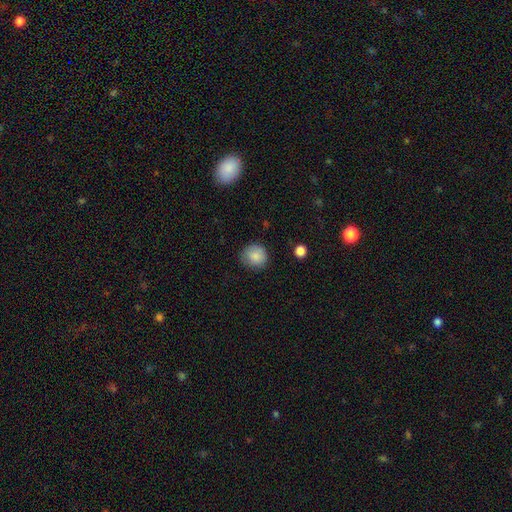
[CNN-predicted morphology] Overall: smooth (85%). How rounded: round (90%). Merging: none (82%).